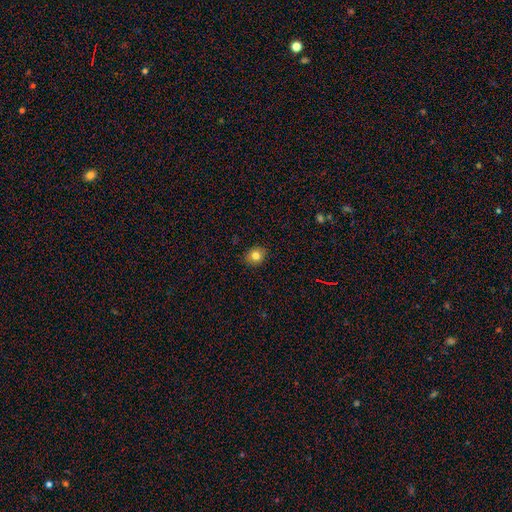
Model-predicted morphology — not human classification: Overall: smooth (80%). How rounded: round (73%). Merging: none (89%).